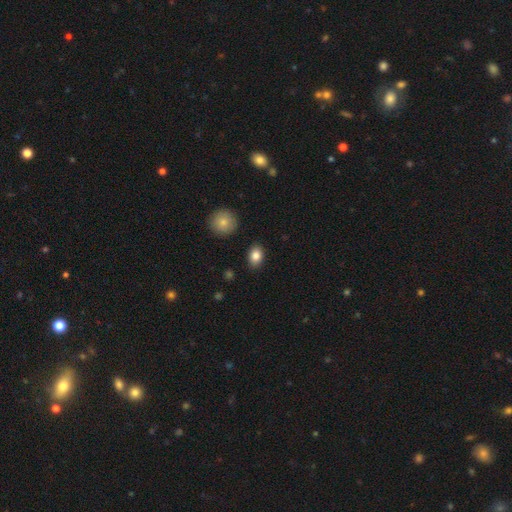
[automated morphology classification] Smooth or featured: smooth — 83% (star or artifact — 9%)
How rounded: in between — 73% (round — 26%)
Merging: none — 88% (minor disturbance — 8%)